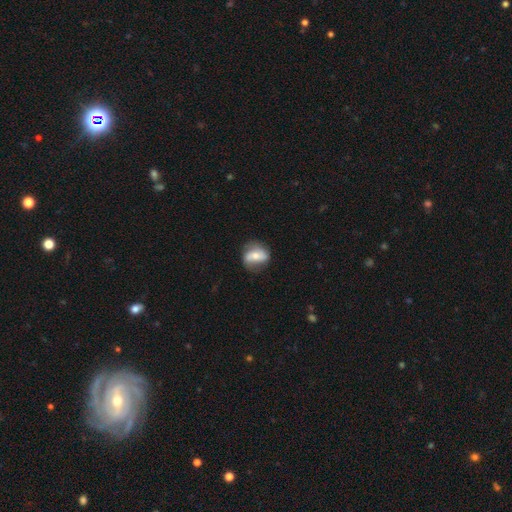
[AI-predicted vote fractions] Overall: featured or disk (48%; smooth 44%). Merging: none (67%).